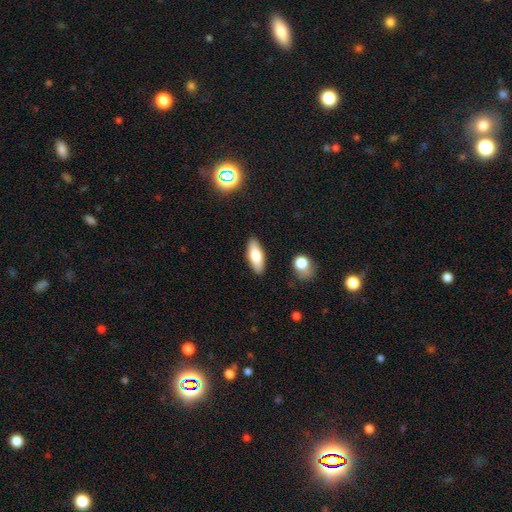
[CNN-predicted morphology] type=smooth (73%); roundness=in between (72%); merging=none (87%).